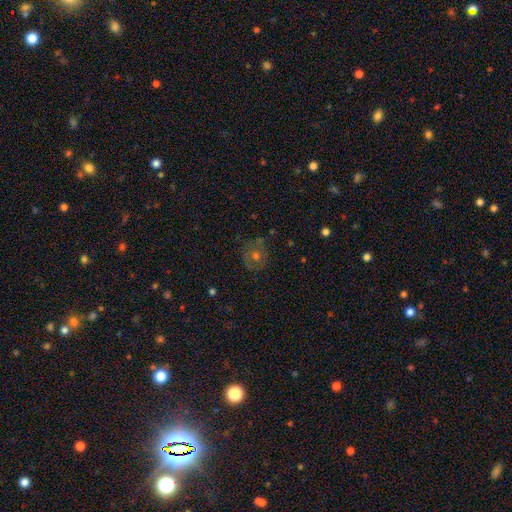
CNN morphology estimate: A smooth galaxy with no disk features (39%). Merging: none (72%).